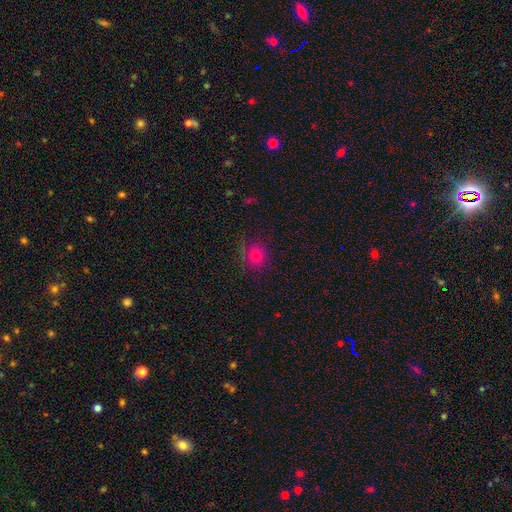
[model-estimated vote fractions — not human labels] Overall: smooth (78%). How rounded: round (82%). Merging: none (77%).